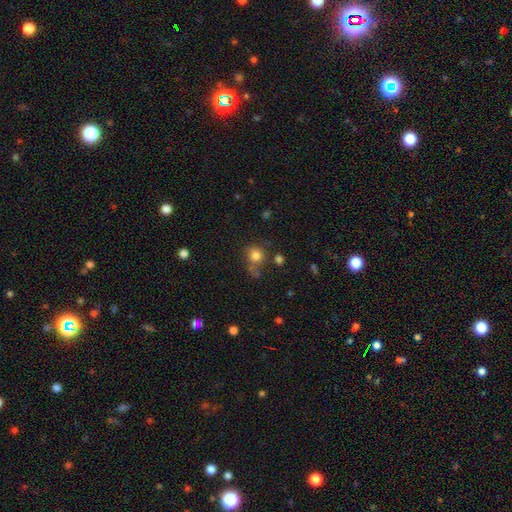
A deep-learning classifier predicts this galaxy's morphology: Smooth or featured: smooth — 79% (star or artifact — 13%)
How rounded: round — 80% (in between — 19%)
Merging: none — 55% (minor disturbance — 20%)